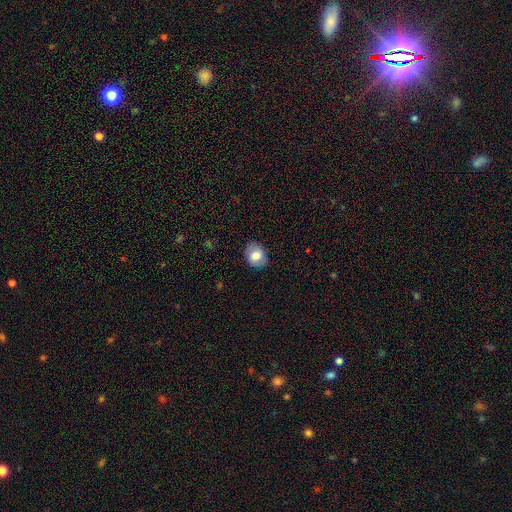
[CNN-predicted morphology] Smooth or featured? Predicted: smooth (p=0.76). How rounded? Predicted: round (p=0.50). Merging? Predicted: none (p=0.83).